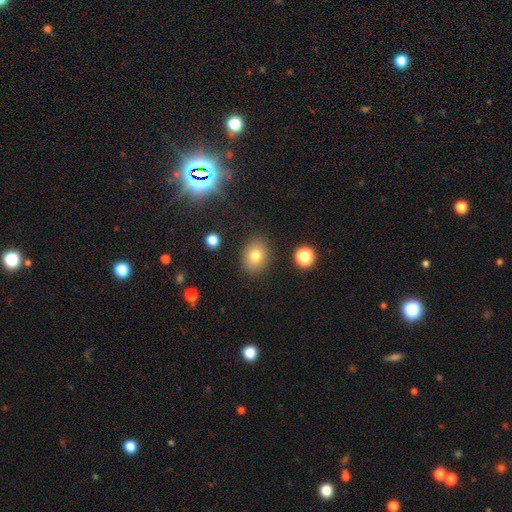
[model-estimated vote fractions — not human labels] smooth_or_featured: smooth (p=0.78) [alt: star or artifact p=0.11]
how_rounded: in between (p=0.51) [alt: round p=0.48]
merging: none (p=0.85) [alt: minor disturbance p=0.10]